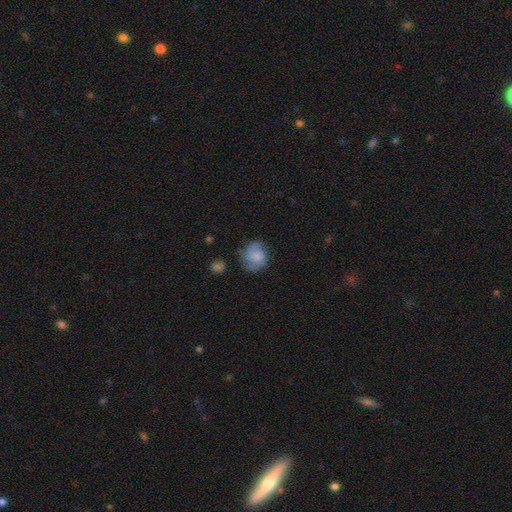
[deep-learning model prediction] Smooth or featured?
  - smooth: 60% *
  - featured or disk: 32%
  - star or artifact: 8%
How rounded?
  - round: 70% *
  - in between: 29%
  - cigar-shaped: 1%
Merging?
  - none: 57% *
  - minor disturbance: 27%
  - major disturbance: 14%
  - merger: 3%